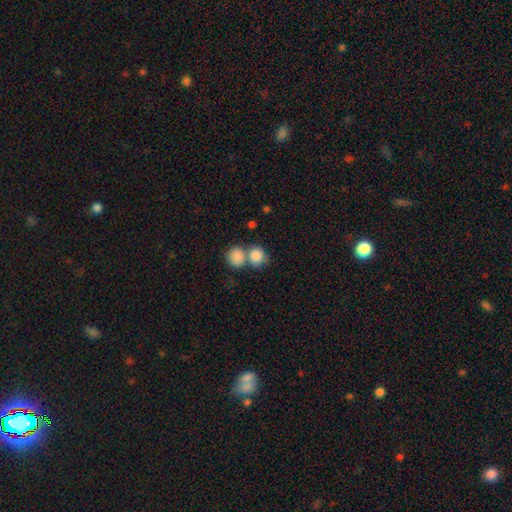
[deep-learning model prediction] Q: Smooth or featured?
A: smooth (85%); runner-up: star or artifact (8%)
Q: How rounded?
A: round (75%); runner-up: in between (24%)
Q: Merging?
A: merger (51%); runner-up: none (37%)